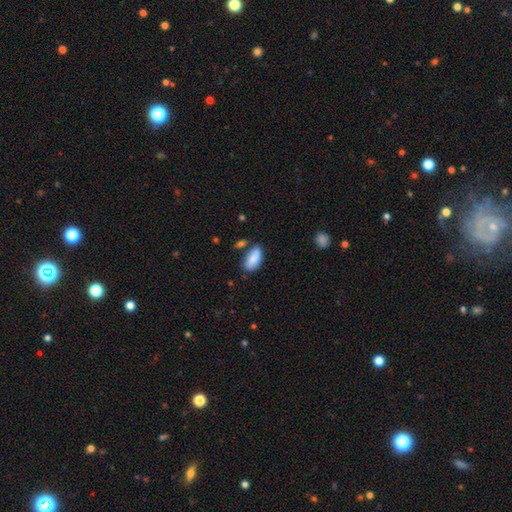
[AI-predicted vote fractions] A smooth galaxy with no disk features (85%) that is in between round and cigar-shaped (92%). Merging: none (65%).